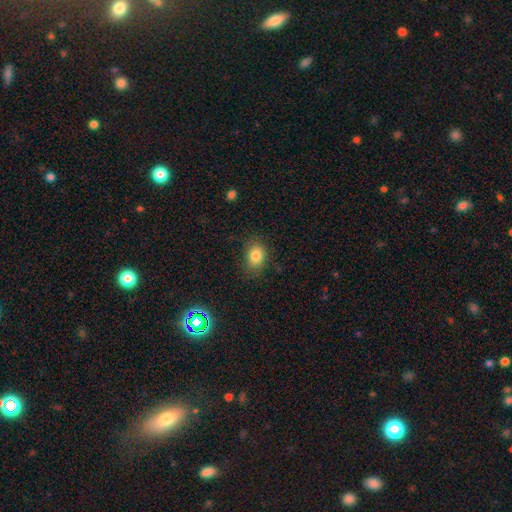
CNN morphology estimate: Smooth or featured? smooth (82%)
How rounded? in between (66%)
Merging? none (79%)